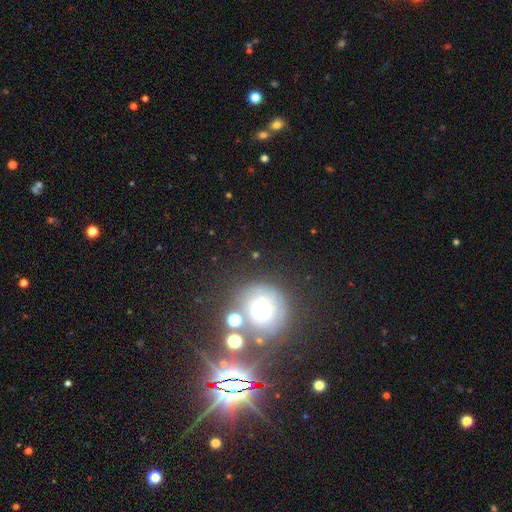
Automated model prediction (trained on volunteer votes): Q: Smooth or featured?
A: smooth (40%); runner-up: star or artifact (32%)
Q: Merging?
A: none (63%); runner-up: minor disturbance (14%)